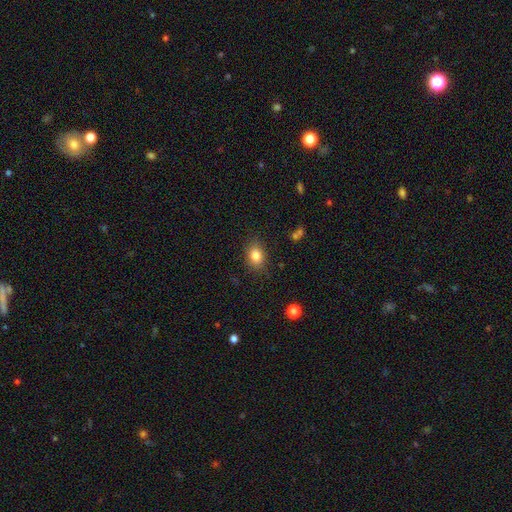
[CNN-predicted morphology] The model was most divided on "how rounded": in between: 67%, round: 32%, cigar-shaped: 1%. More confident: smooth or featured — smooth (83%); merging — none (82%).